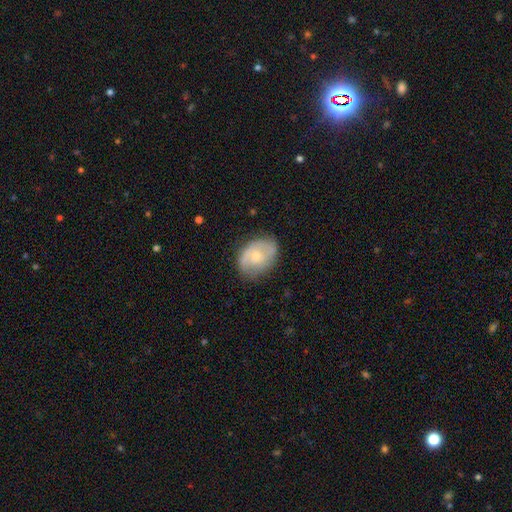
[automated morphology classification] smooth_or_featured: featured or disk (p=0.57) [alt: smooth p=0.37]
disk_edge_on: no (p=0.96) [alt: yes p=0.04]
bar: no (p=0.77) [alt: weak p=0.20]
has_spiral_arms: yes (p=0.72) [alt: no p=0.28]
bulge_size: small (p=0.55) [alt: moderate p=0.40]
merging: none (p=0.70) [alt: minor disturbance p=0.22]